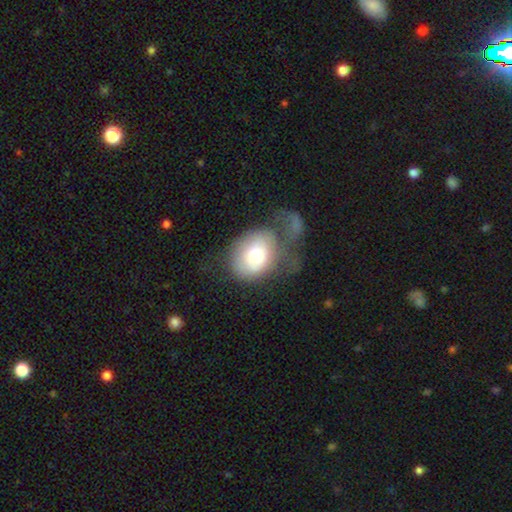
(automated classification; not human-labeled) A smooth galaxy with no disk features (68%) that is in between round and cigar-shaped (55%).

Vote fractions:
- Smooth or featured? smooth: 68% / featured or disk: 26% / star or artifact: 7%
- How rounded? in between: 55% / round: 44% / cigar-shaped: 1%
- Merging? major disturbance: 45% / none: 22% / minor disturbance: 19% / merger: 14%